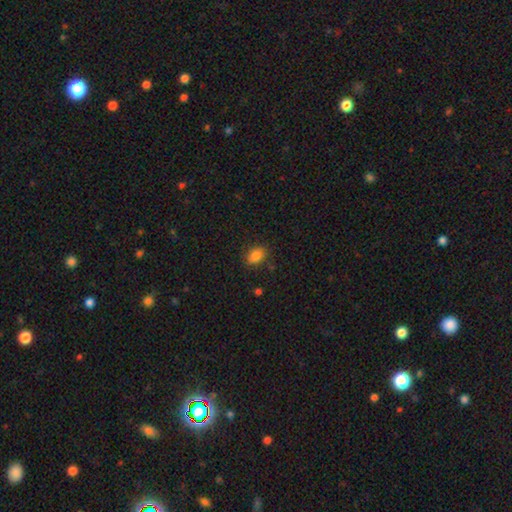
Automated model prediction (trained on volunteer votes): Morphology: type=smooth (86%); roundness=in between (81%); merging=none (83%).